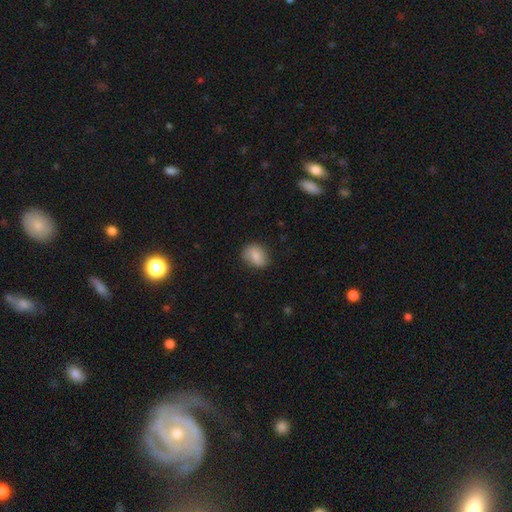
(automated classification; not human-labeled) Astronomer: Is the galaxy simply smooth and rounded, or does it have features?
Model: smooth — 78%.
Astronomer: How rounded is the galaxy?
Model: in between — 64%.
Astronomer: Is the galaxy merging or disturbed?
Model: none — 76%.